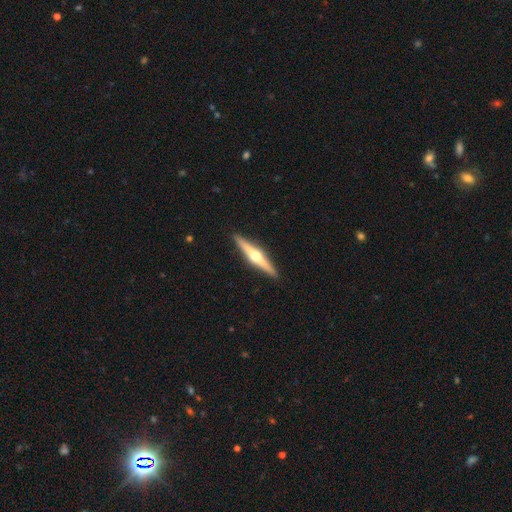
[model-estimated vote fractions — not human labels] Overall: featured or disk (75%). Edge-on disk: yes (98%). Edge-on bulge: rounded (96%). Merging: none (92%).